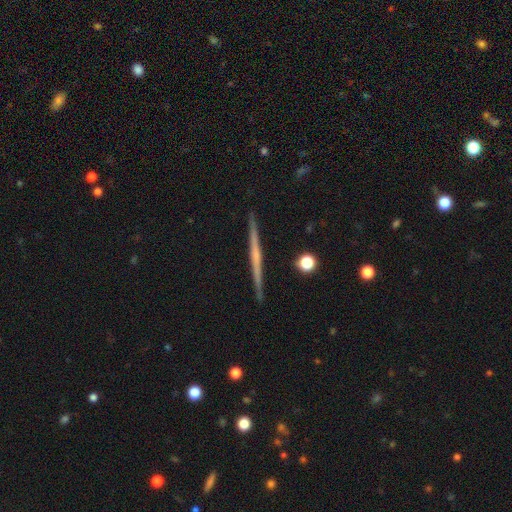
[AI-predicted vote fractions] A featured or disk galaxy (68%) viewed edge-on (98%) with no central bulge (73%).

Vote fractions:
- Smooth or featured? featured or disk: 68% / smooth: 26% / star or artifact: 6%
- Edge-on disk? yes: 98% / no: 2%
- Edge-on bulge? none: 73% / rounded: 20% / boxy: 6%
- Merging? none: 92% / minor disturbance: 5% / major disturbance: 1% / merger: 1%